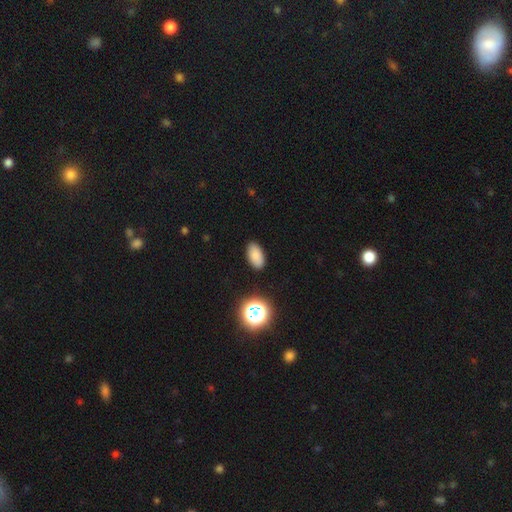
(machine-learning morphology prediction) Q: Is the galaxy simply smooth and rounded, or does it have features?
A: smooth — 82%.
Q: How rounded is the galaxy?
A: in between — 93%.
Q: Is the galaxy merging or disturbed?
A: none — 88%.